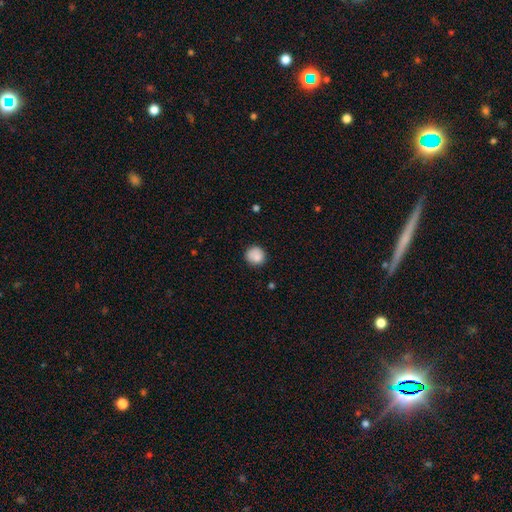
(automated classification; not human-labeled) smooth-or-featured: smooth: 86% | star or artifact: 9% | featured or disk: 5%
  how-rounded: round: 92% | in between: 7% | cigar-shaped: 1%
  merging: none: 83% | minor disturbance: 12% | major disturbance: 3% | merger: 2%